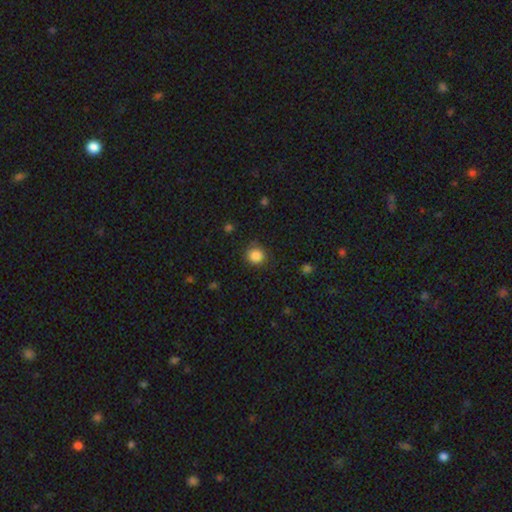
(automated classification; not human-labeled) The model was most divided on "smooth or featured": smooth: 85%, star or artifact: 11%, featured or disk: 4%. More confident: how rounded — round (90%); merging — none (88%).